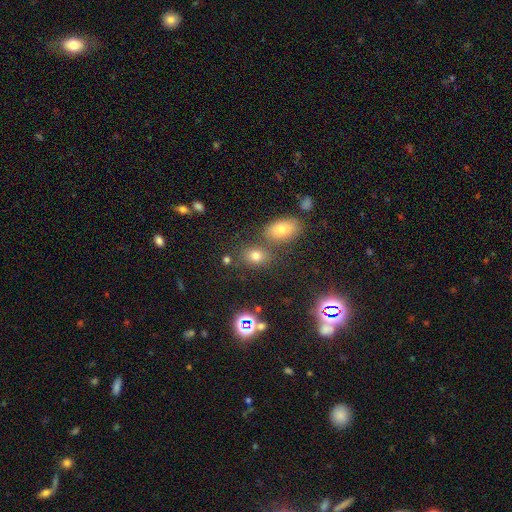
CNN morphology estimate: This is likely a smooth galaxy (72%). How rounded: possibly in between (59%). Merging: likely none (66%).